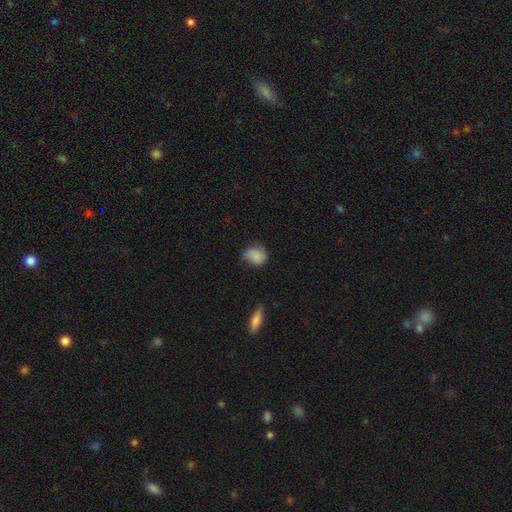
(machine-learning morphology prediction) The model was most divided on "how rounded": in between: 50%, round: 49%, cigar-shaped: 1%. More confident: smooth or featured — smooth (75%); merging — none (53%).